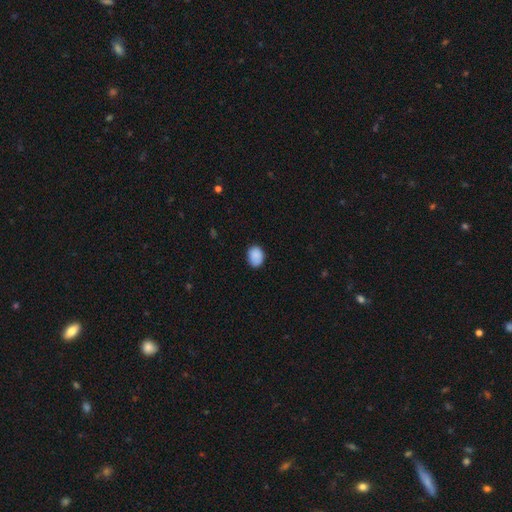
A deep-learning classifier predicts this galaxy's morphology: Overall: smooth (89%). How rounded: in between (58%; round 41%). Merging: none (80%).